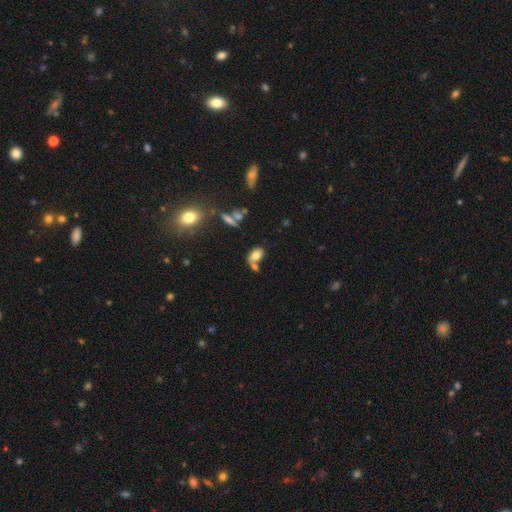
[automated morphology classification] type=smooth (74%); roundness=in between (87%); merging=none (41%).